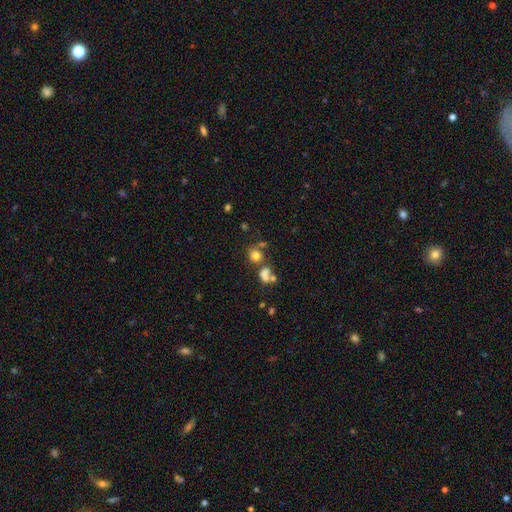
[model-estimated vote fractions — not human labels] The model was most divided on "merging": none: 53%, merger: 27%, minor disturbance: 12%, major disturbance: 8%. More confident: smooth or featured — smooth (74%); how rounded — round (69%).